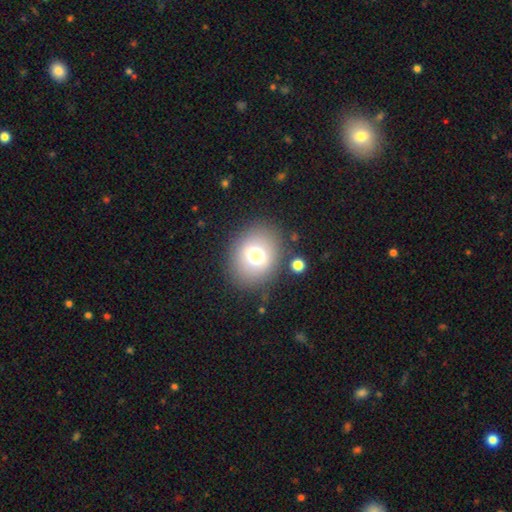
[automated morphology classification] A smooth galaxy with no disk features (73%) that is round (61%).

Vote fractions:
- Smooth or featured? smooth: 73% / featured or disk: 14% / star or artifact: 13%
- How rounded? round: 61% / in between: 39% / cigar-shaped: 1%
- Merging? none: 82% / minor disturbance: 10% / major disturbance: 4% / merger: 4%